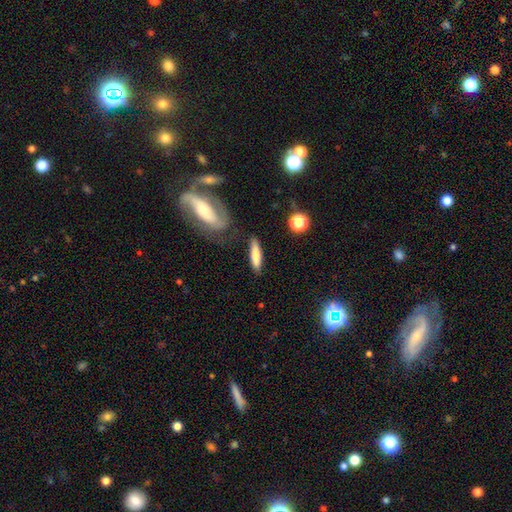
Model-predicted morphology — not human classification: The model was most divided on "how rounded": cigar-shaped: 74%, in between: 24%, round: 3%. More confident: smooth or featured — smooth (75%); merging — none (73%).